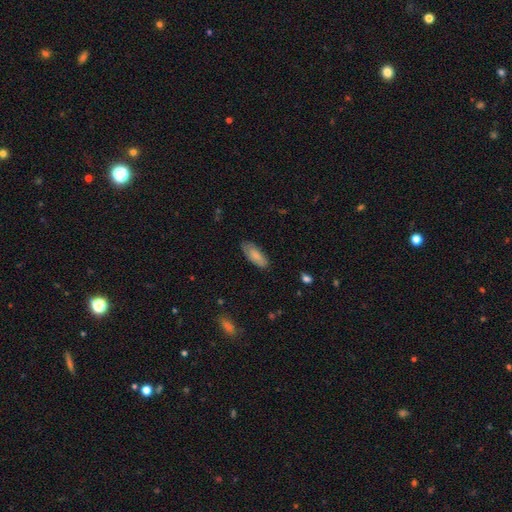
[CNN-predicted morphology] This is clearly a smooth galaxy (80%). How rounded: likely in between (79%). Merging: likely none (77%).